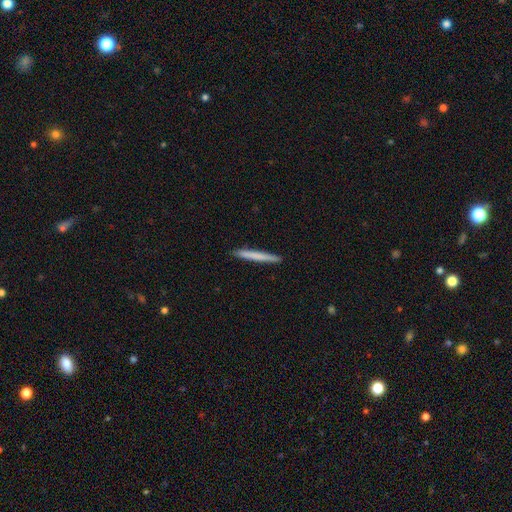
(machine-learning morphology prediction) A smooth galaxy with no disk features (71%) that is cigar-shaped (97%).

Vote fractions:
- Smooth or featured? smooth: 71% / featured or disk: 24% / star or artifact: 5%
- How rounded? cigar-shaped: 97% / in between: 2% / round: 1%
- Merging? none: 93% / minor disturbance: 5% / major disturbance: 1% / merger: 1%